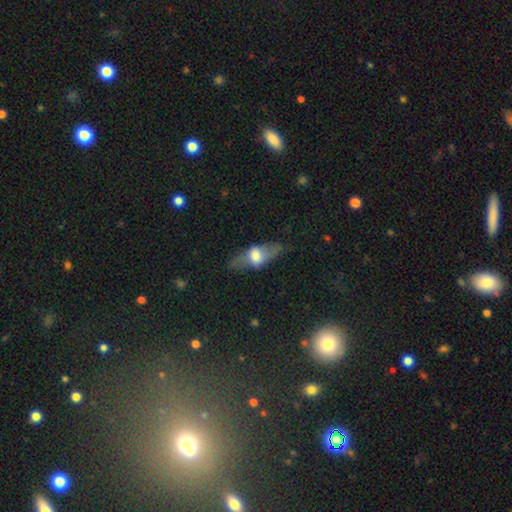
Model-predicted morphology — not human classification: A featured or disk galaxy (48%). Merging: none (67%).